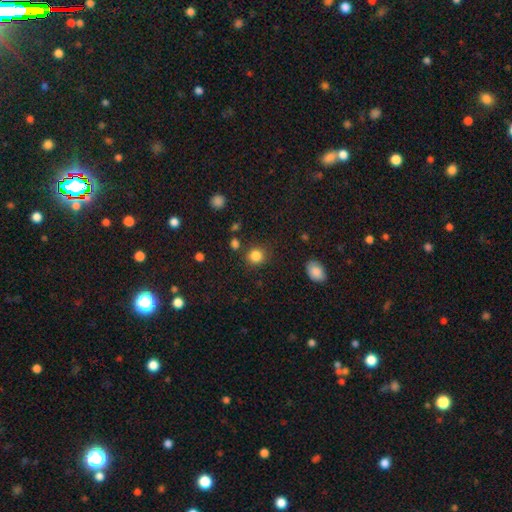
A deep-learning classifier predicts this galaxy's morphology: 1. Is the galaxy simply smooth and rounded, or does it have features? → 84% smooth, 12% star or artifact, 4% featured or disk.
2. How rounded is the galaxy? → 85% round, 14% in between, 1% cigar-shaped.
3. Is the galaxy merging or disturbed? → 81% none, 10% minor disturbance, 4% merger, 4% major disturbance.